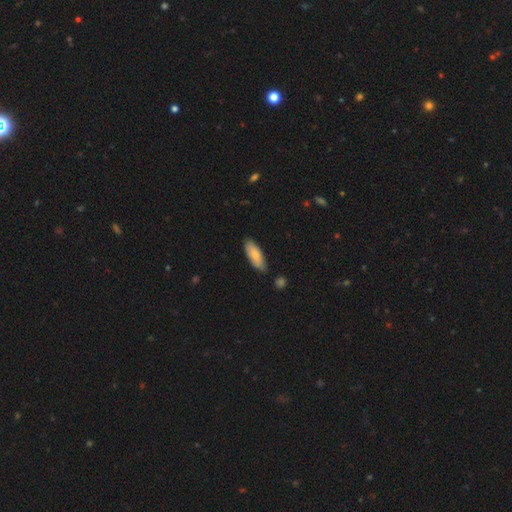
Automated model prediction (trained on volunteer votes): Overall: smooth (82%). How rounded: in between (68%; cigar-shaped 31%). Merging: none (79%).